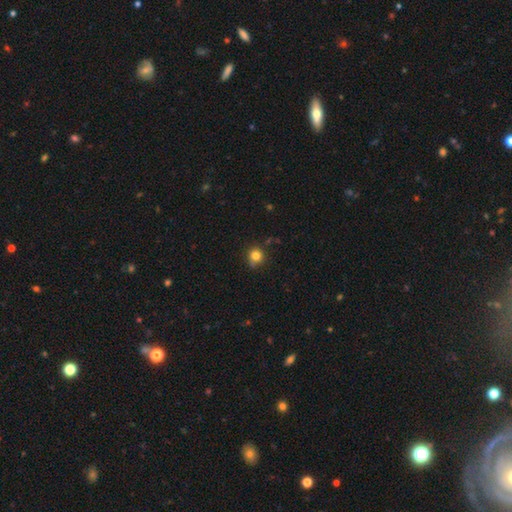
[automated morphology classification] Smooth or featured? Predicted: smooth (p=0.82). How rounded? Predicted: round (p=0.88). Merging? Predicted: none (p=0.73).